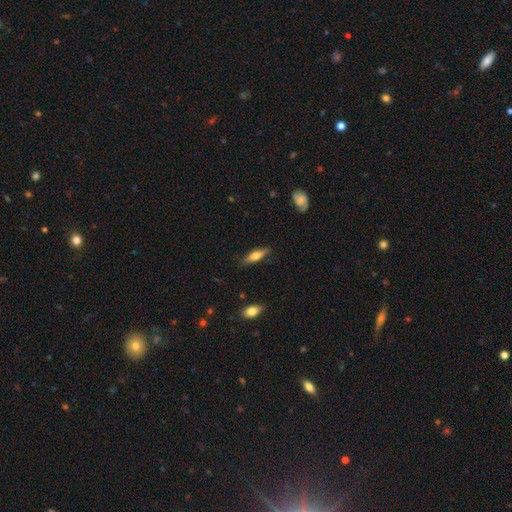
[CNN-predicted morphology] smooth 61%, featured or disk 32%, star or artifact 6%. Down the decision tree: how rounded — cigar-shaped (54%); merging — none (84%).